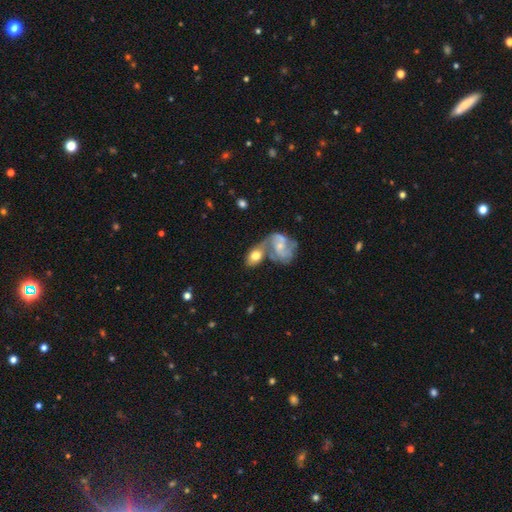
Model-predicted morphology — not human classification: Smooth or featured? Predicted: smooth (p=0.53). How rounded? Predicted: in between (p=0.77). Merging? Predicted: merger (p=0.49).